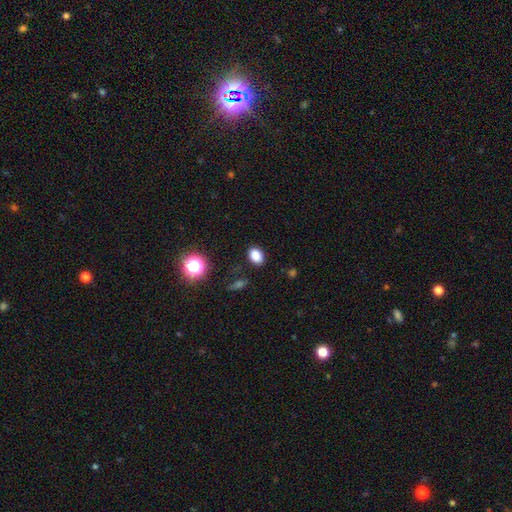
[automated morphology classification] This appears to be a smooth galaxy with no disk features (83%) that is in between round and cigar-shaped (70%). Merging: none (87%).